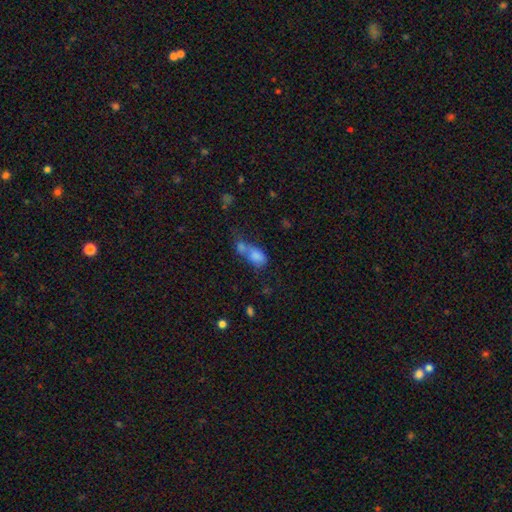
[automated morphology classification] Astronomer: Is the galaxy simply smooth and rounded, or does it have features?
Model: smooth — 77%.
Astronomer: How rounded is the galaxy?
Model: in between — 80%.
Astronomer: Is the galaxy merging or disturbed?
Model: merger — 62%.